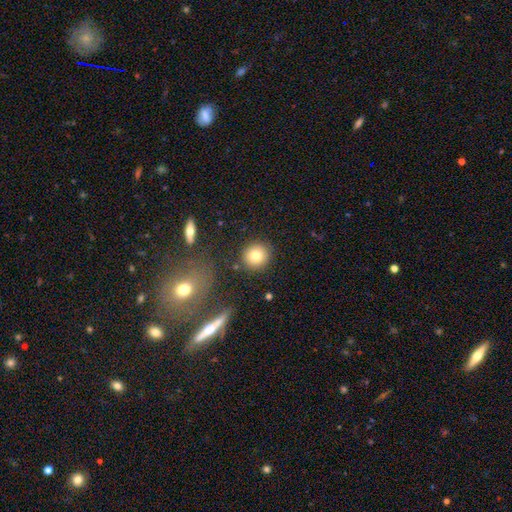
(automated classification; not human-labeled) A smooth galaxy with no disk features (81%) that is round (91%). Merging: none (87%).